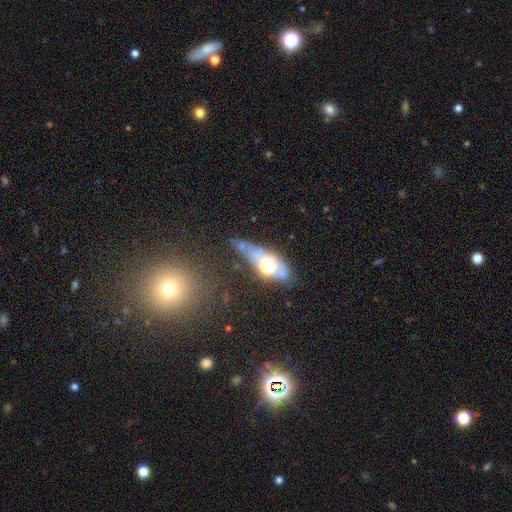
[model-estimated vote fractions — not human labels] smooth-or-featured: featured or disk: 51% | smooth: 31% | star or artifact: 18%
  disk-edge-on: yes: 61% | no: 39%
  merging: none: 58% | minor disturbance: 19% | major disturbance: 12% | merger: 11%